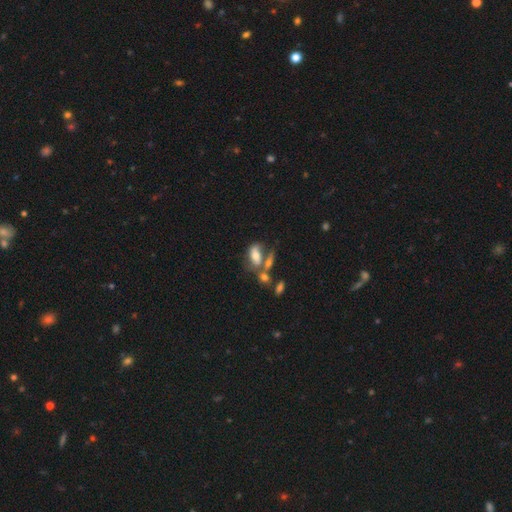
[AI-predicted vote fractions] smooth_or_featured: smooth (p=0.62) [alt: featured or disk p=0.27]
how_rounded: in between (p=0.84) [alt: cigar-shaped p=0.09]
merging: merger (p=0.39) [alt: none p=0.32]